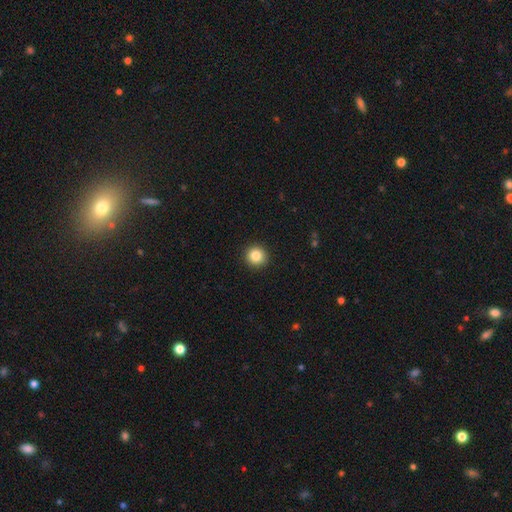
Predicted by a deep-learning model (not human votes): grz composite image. It shows a smooth galaxy with no disk features (85%) that is round (94%). Merging: none (93%).